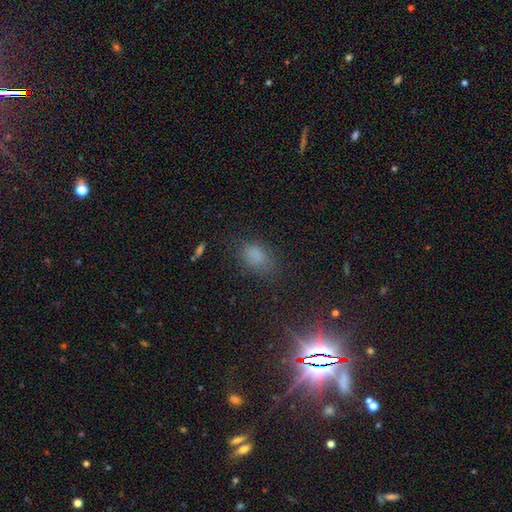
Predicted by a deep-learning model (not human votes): Smooth or featured?
  - smooth: 72% *
  - star or artifact: 21%
  - featured or disk: 7%
How rounded?
  - in between: 84% *
  - round: 14%
  - cigar-shaped: 2%
Merging?
  - none: 70% *
  - minor disturbance: 19%
  - major disturbance: 8%
  - merger: 2%